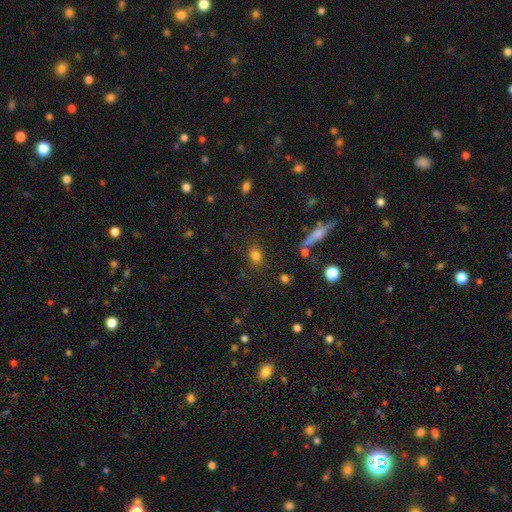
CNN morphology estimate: Smooth or featured?
  - smooth: 79% *
  - star or artifact: 13%
  - featured or disk: 8%
How rounded?
  - in between: 53% *
  - round: 44%
  - cigar-shaped: 3%
Merging?
  - none: 80% *
  - minor disturbance: 11%
  - major disturbance: 4%
  - merger: 4%